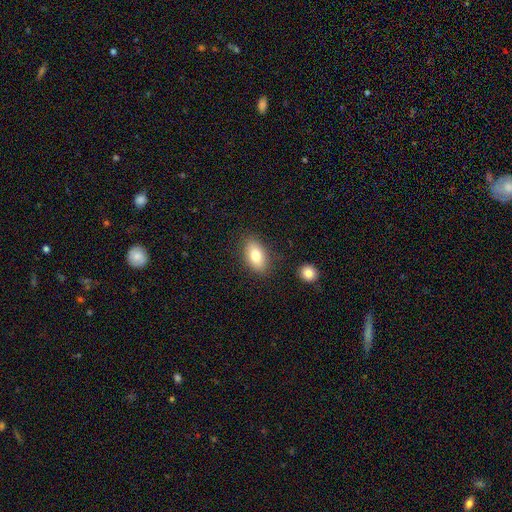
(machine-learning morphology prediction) Smooth or featured? smooth (78%)
How rounded? in between (90%)
Merging? none (83%)